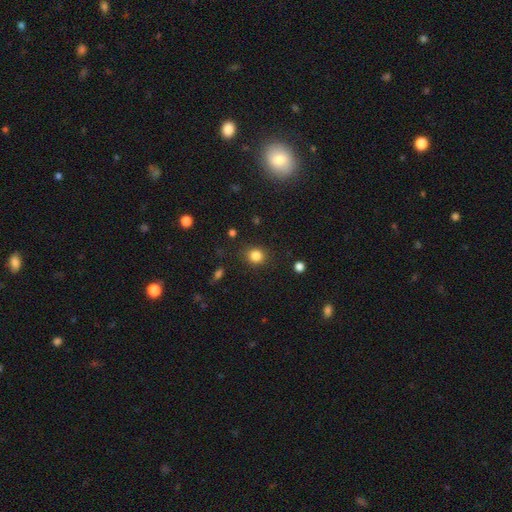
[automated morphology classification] Smooth or featured?
  - smooth: 84% *
  - star or artifact: 12%
  - featured or disk: 5%
How rounded?
  - round: 82% *
  - in between: 17%
  - cigar-shaped: 1%
Merging?
  - none: 86% *
  - minor disturbance: 9%
  - major disturbance: 3%
  - merger: 2%